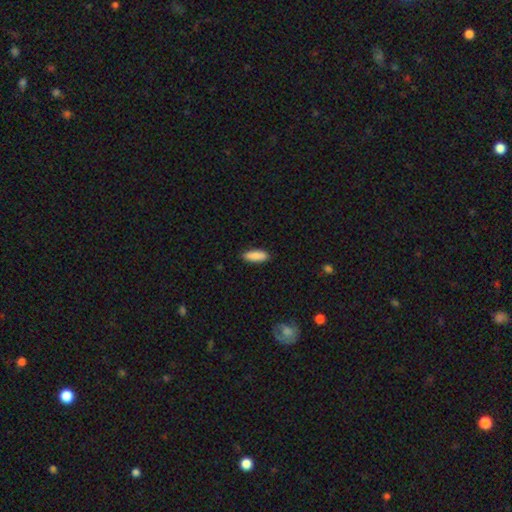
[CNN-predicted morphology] type=smooth (89%); roundness=in between (64%); merging=none (87%).